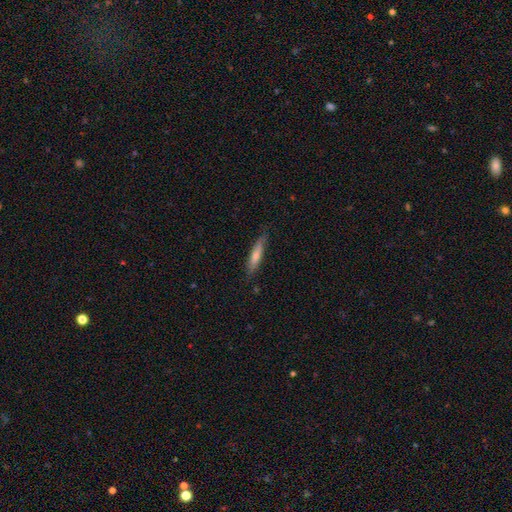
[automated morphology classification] type=smooth (57%); roundness=cigar-shaped (88%); merging=none (82%).